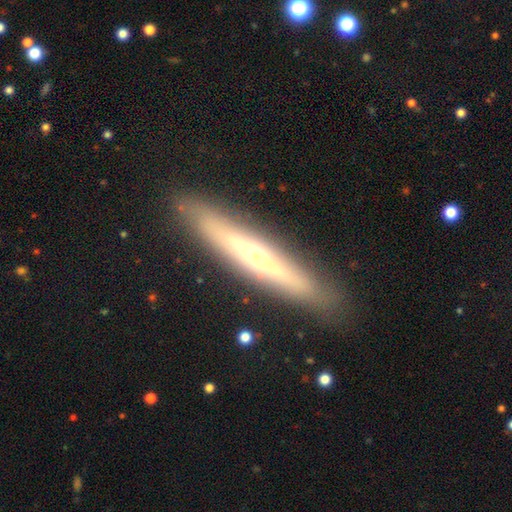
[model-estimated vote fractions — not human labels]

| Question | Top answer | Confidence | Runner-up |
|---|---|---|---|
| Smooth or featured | featured or disk | 64% | smooth (29%) |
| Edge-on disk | yes | 81% | no (19%) |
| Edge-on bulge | rounded | 71% | none (25%) |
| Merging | none | 86% | minor disturbance (10%) |